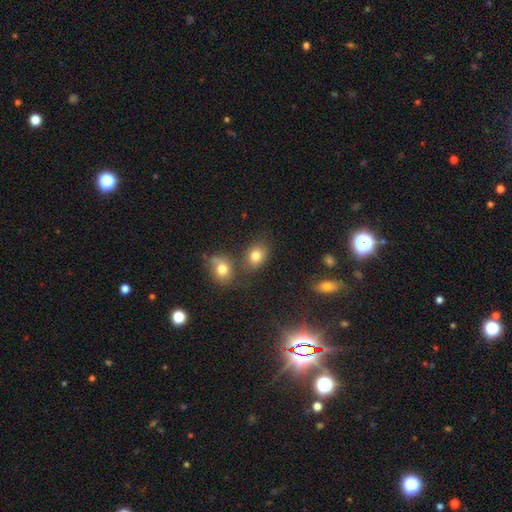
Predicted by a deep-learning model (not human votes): A smooth galaxy with no disk features (79%) that is in between round and cigar-shaped (60%).

Vote fractions:
- Smooth or featured? smooth: 79% / star or artifact: 12% / featured or disk: 9%
- How rounded? in between: 60% / round: 39% / cigar-shaped: 1%
- Merging? none: 66% / merger: 18% / minor disturbance: 12% / major disturbance: 4%